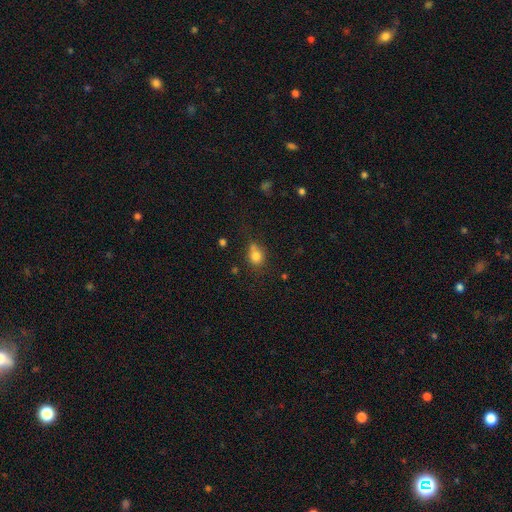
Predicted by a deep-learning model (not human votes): smooth 79%, star or artifact 12%, featured or disk 9%. Down the decision tree: how rounded — round (64%); merging — none (53%).